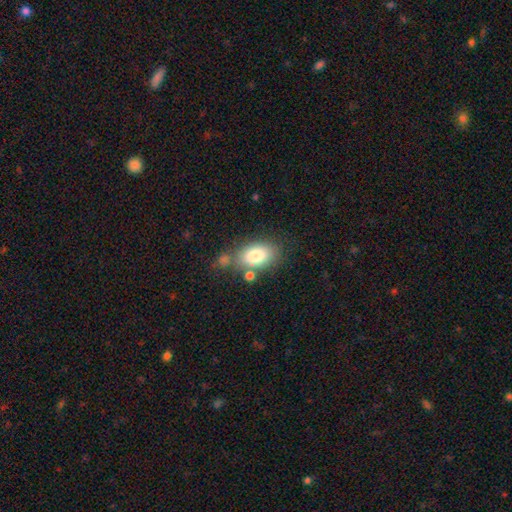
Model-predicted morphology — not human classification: Overall: smooth (82%). How rounded: in between (88%). Merging: none (64%).